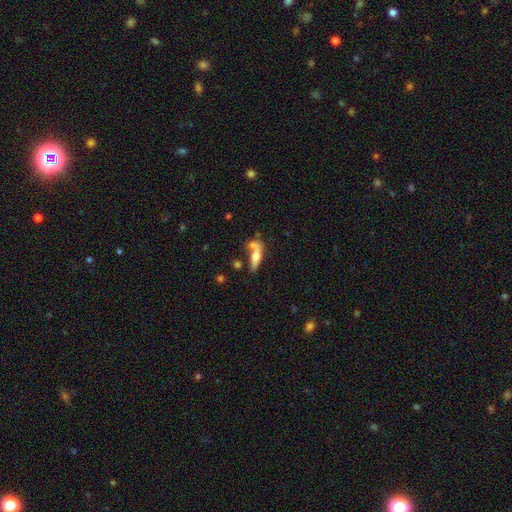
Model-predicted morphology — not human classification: Smooth or featured: smooth — 61% (featured or disk — 31%)
How rounded: in between — 50% (cigar-shaped — 46%)
Merging: none — 39% (merger — 36%)